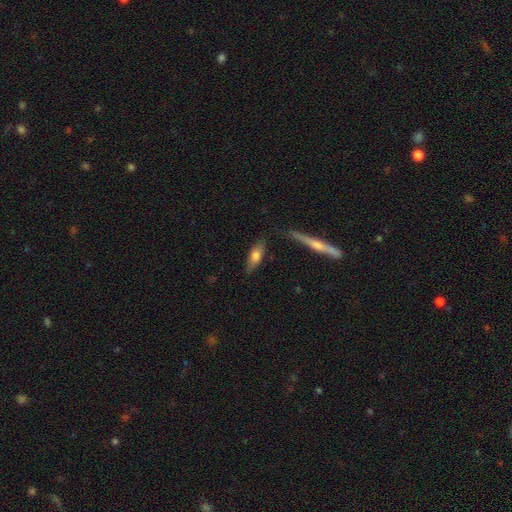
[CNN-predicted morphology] Q: Smooth or featured?
A: smooth (64%); runner-up: featured or disk (29%)
Q: How rounded?
A: in between (60%); runner-up: cigar-shaped (37%)
Q: Merging?
A: none (79%); runner-up: minor disturbance (15%)